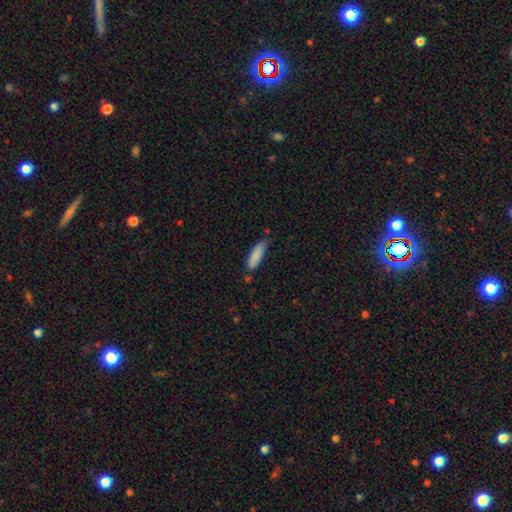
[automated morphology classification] Smooth or featured? Predicted: smooth (p=0.86). How rounded? Predicted: cigar-shaped (p=0.55). Merging? Predicted: none (p=0.65).